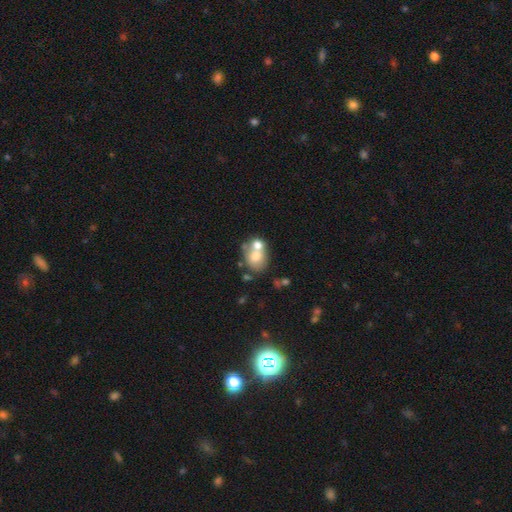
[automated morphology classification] smooth 65%, featured or disk 25%, star or artifact 10%. Down the decision tree: how rounded — in between (52%); merging — merger (46%).